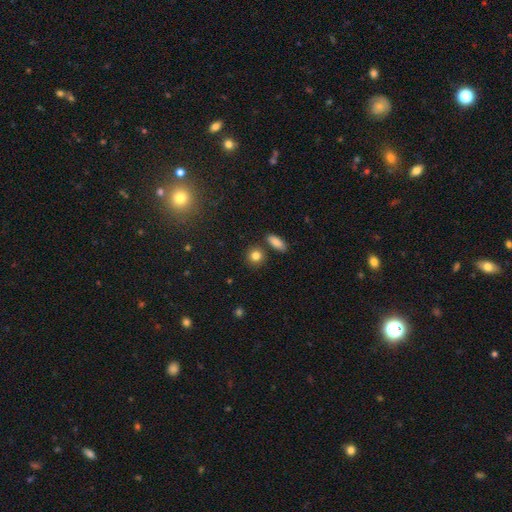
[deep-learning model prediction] Smooth or featured? Predicted: smooth (p=0.84). How rounded? Predicted: round (p=0.80). Merging? Predicted: none (p=0.80).